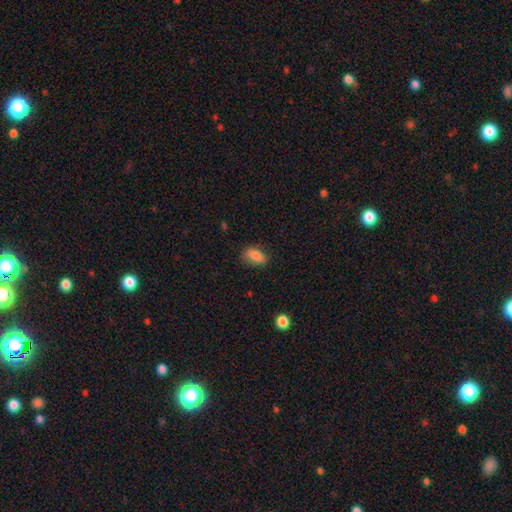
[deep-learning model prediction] smooth 85%, star or artifact 8%, featured or disk 7%. Down the decision tree: how rounded — in between (89%); merging — none (78%).